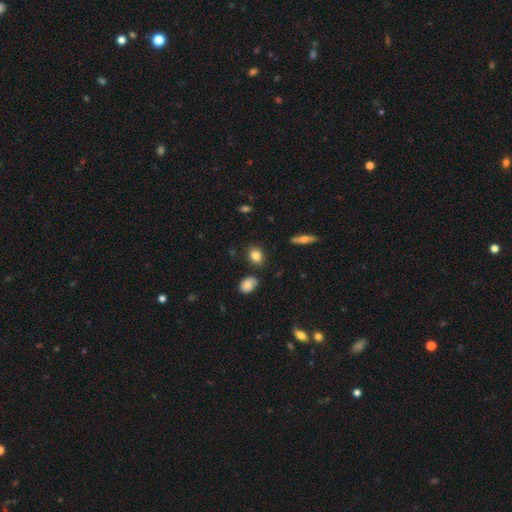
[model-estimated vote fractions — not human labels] Smooth or featured? Predicted: smooth (p=0.84). How rounded? Predicted: in between (p=0.64). Merging? Predicted: none (p=0.82).